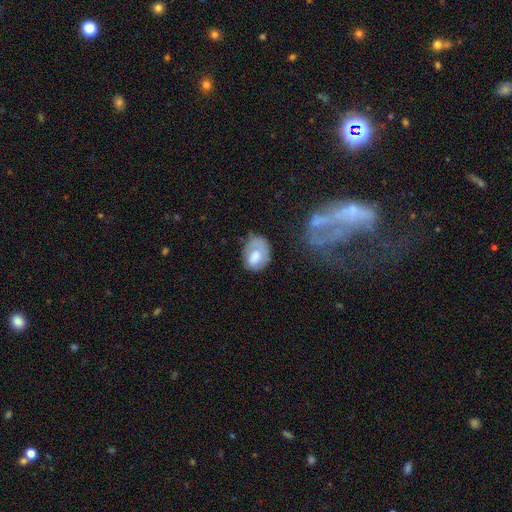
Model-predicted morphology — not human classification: A smooth galaxy with no disk features (64%) that is in between round and cigar-shaped (68%). Merging: none (47%).